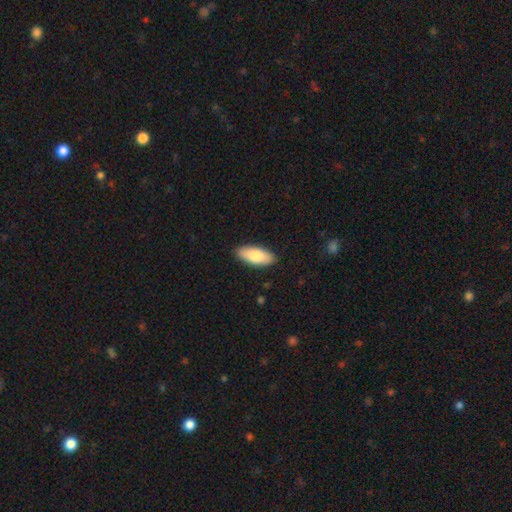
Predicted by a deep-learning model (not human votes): smooth-or-featured: smooth: 82% | featured or disk: 12% | star or artifact: 5%
  how-rounded: in between: 84% | cigar-shaped: 14% | round: 2%
  merging: none: 88% | minor disturbance: 9% | major disturbance: 2% | merger: 1%